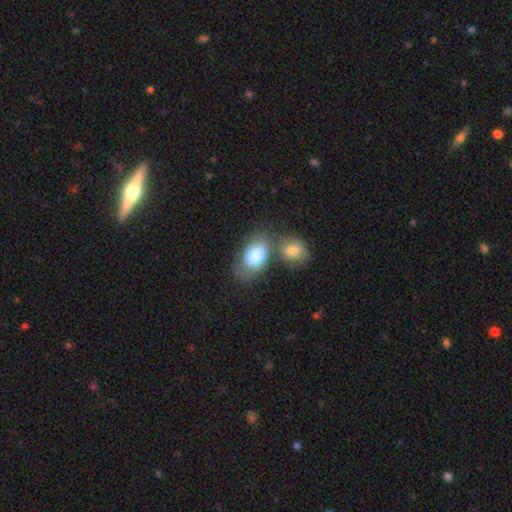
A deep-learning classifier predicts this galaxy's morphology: Smooth or featured? smooth (82%)
How rounded? in between (88%)
Merging? none (47%)